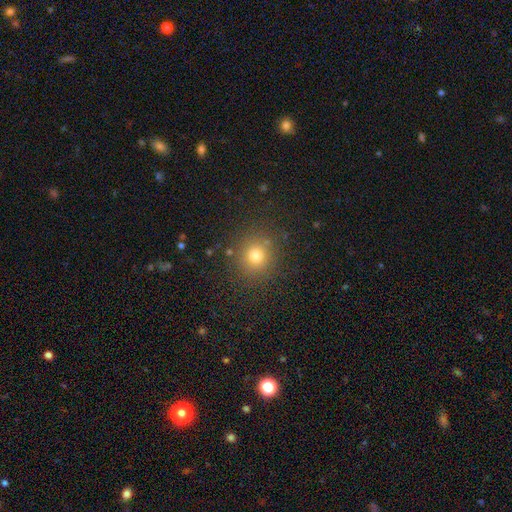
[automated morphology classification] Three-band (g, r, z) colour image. It shows a smooth galaxy with no disk features (75%) that is round (87%). Merging: none (86%).